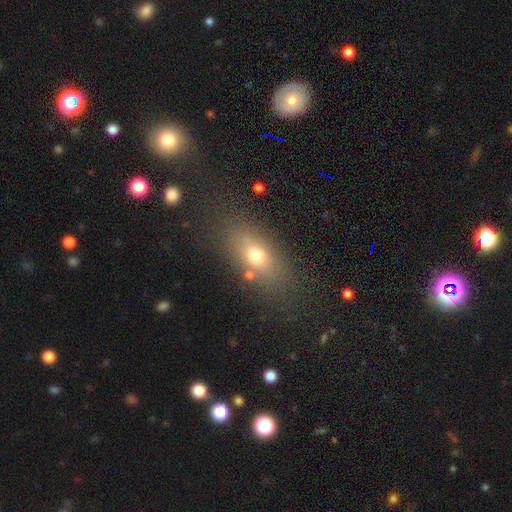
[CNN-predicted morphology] smooth_or_featured: smooth (p=0.68) [alt: featured or disk p=0.19]
how_rounded: in between (p=0.75) [alt: round p=0.13]
merging: none (p=0.75) [alt: minor disturbance p=0.13]